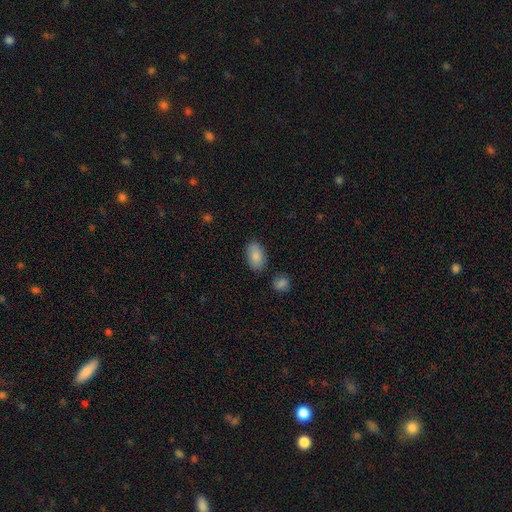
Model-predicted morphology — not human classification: Smooth or featured?
  - smooth: 86% *
  - featured or disk: 8%
  - star or artifact: 7%
How rounded?
  - in between: 92% *
  - round: 6%
  - cigar-shaped: 2%
Merging?
  - none: 82% *
  - minor disturbance: 12%
  - merger: 3%
  - major disturbance: 3%